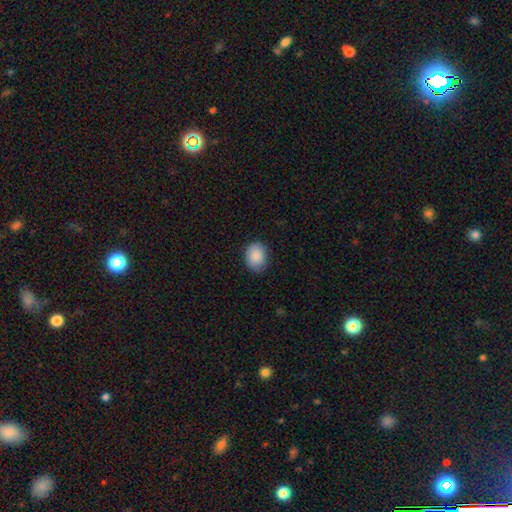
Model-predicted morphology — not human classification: smooth 89%, star or artifact 7%, featured or disk 4%. Down the decision tree: how rounded — in between (60%); merging — none (81%).